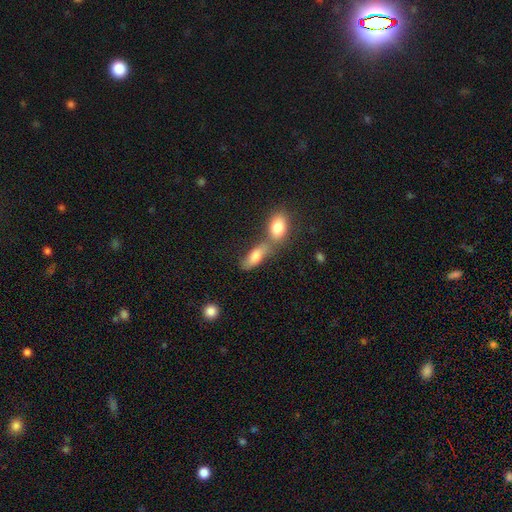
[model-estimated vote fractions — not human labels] smooth_or_featured: smooth (p=0.72) [alt: featured or disk p=0.18]
how_rounded: in between (p=0.73) [alt: cigar-shaped p=0.21]
merging: merger (p=0.48) [alt: none p=0.37]